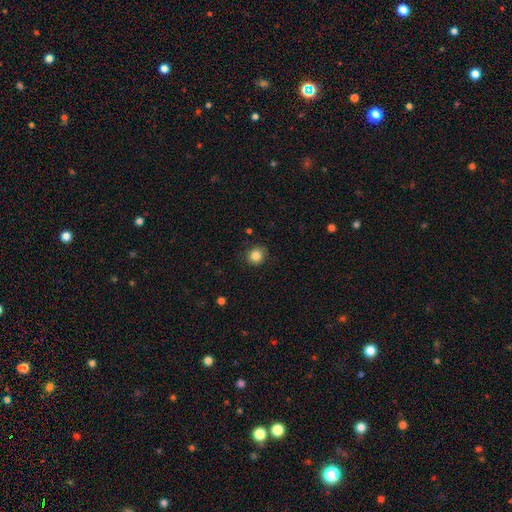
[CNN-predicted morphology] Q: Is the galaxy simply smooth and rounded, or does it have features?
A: smooth — 84%.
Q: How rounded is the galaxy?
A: round — 87%.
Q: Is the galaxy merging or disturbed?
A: none — 86%.